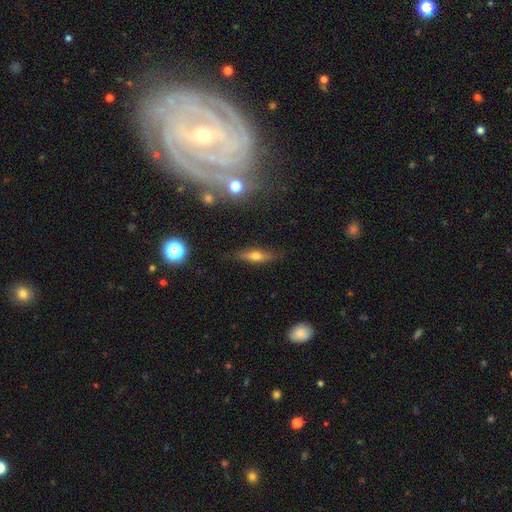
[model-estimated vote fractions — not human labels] Morphology: type=featured or disk (46%); merging=none (83%).